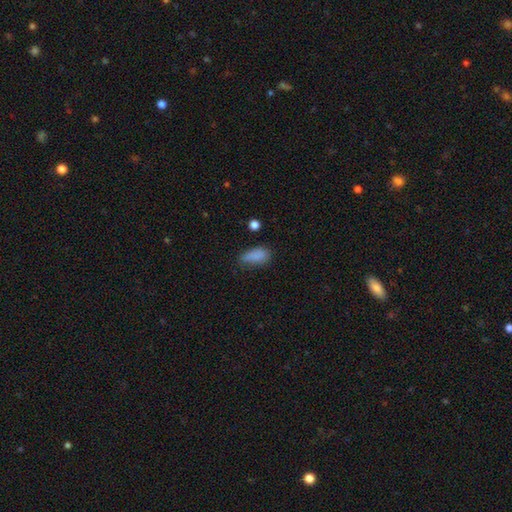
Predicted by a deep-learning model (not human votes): smooth_or_featured: smooth (p=0.84) [alt: star or artifact p=0.10]
how_rounded: in between (p=0.84) [alt: cigar-shaped p=0.11]
merging: none (p=0.55) [alt: minor disturbance p=0.32]